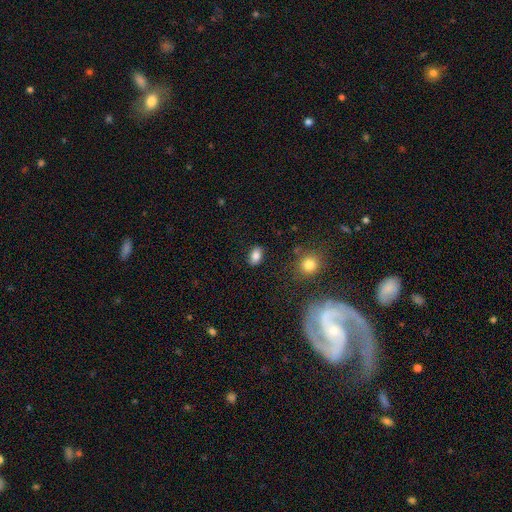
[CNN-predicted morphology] smooth_or_featured: smooth (p=0.84) [alt: star or artifact p=0.09]
how_rounded: in between (p=0.85) [alt: round p=0.13]
merging: none (p=0.86) [alt: minor disturbance p=0.10]